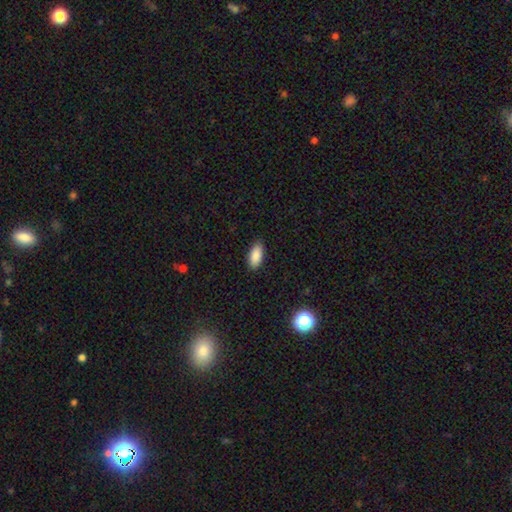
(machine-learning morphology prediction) The model was most divided on "merging": none: 87%, minor disturbance: 10%, major disturbance: 2%, merger: 1%. More confident: how rounded — in between (91%); smooth or featured — smooth (88%).